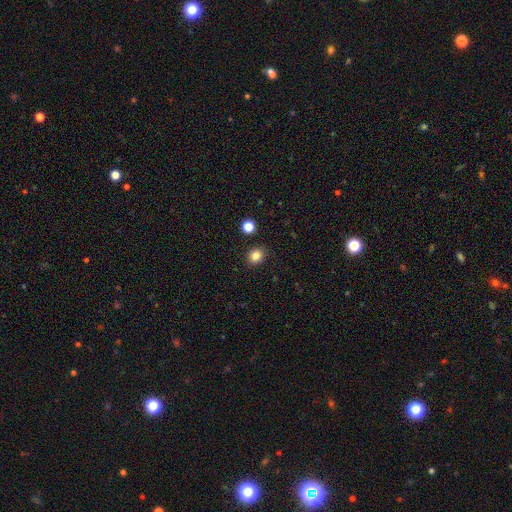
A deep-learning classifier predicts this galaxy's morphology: Smooth or featured? smooth (82%)
How rounded? round (74%)
Merging? none (88%)